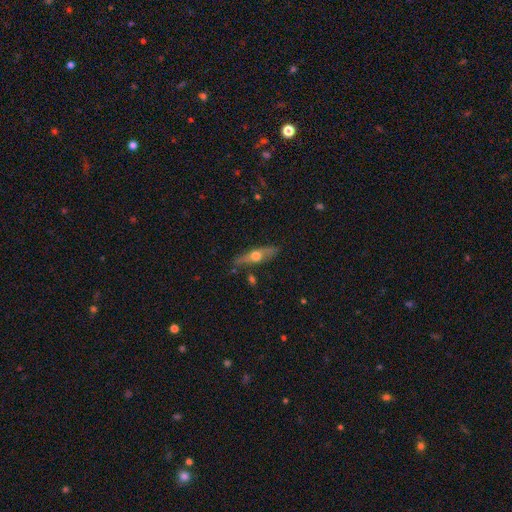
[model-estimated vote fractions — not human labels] This appears to be a featured or disk galaxy (60%) viewed edge-on (84%). Merging: none (77%).